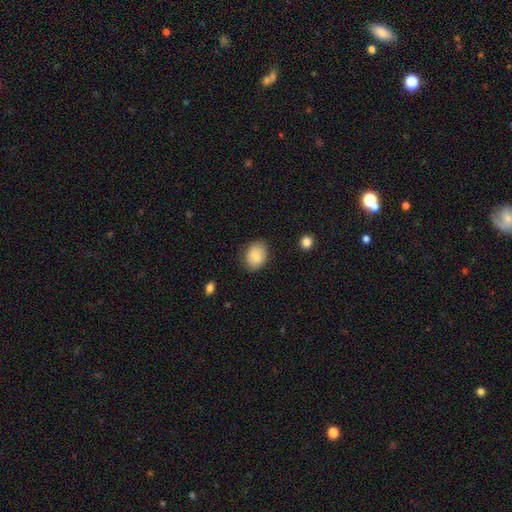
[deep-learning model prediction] Smooth or featured? Predicted: smooth (p=0.84). How rounded? Predicted: in between (p=0.63). Merging? Predicted: none (p=0.81).